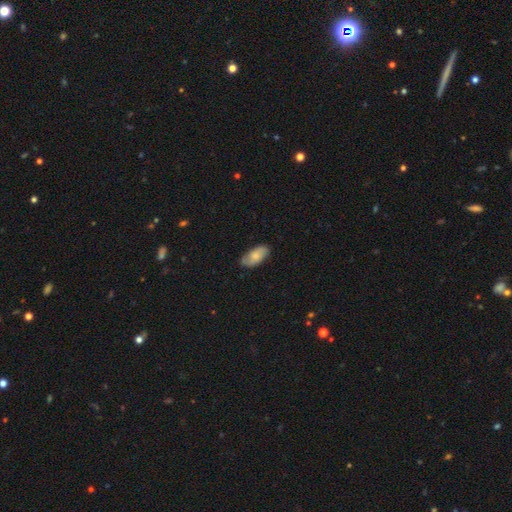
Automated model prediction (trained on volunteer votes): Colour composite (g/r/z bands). It shows a smooth galaxy with no disk features (70%) that is in between round and cigar-shaped (92%). Merging: none (77%).